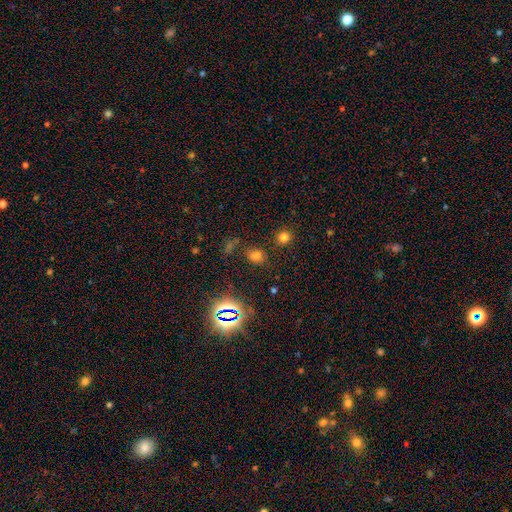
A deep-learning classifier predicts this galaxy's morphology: smooth 58%, star or artifact 35%, featured or disk 7%. Down the decision tree: how rounded — in between (52%); merging — none (69%).